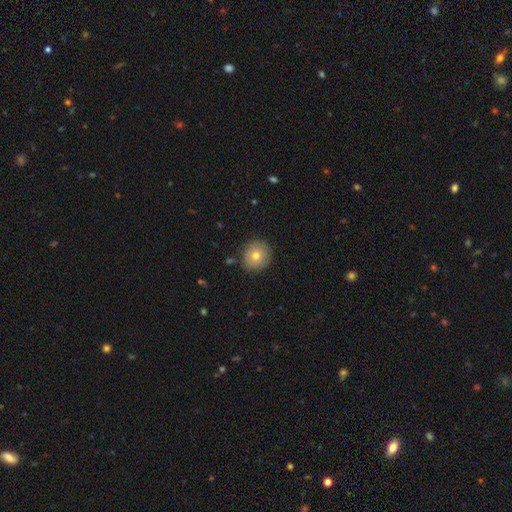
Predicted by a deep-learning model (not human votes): smooth 73%, featured or disk 17%, star or artifact 10%. Down the decision tree: how rounded — round (84%); merging — none (87%).